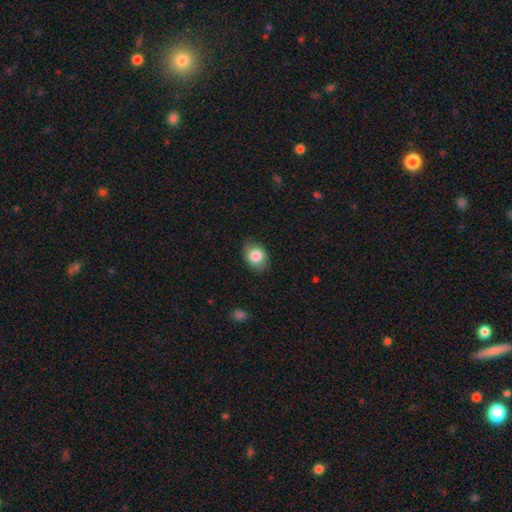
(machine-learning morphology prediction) Smooth or featured? Predicted: smooth (p=0.84). How rounded? Predicted: in between (p=0.66). Merging? Predicted: none (p=0.84).